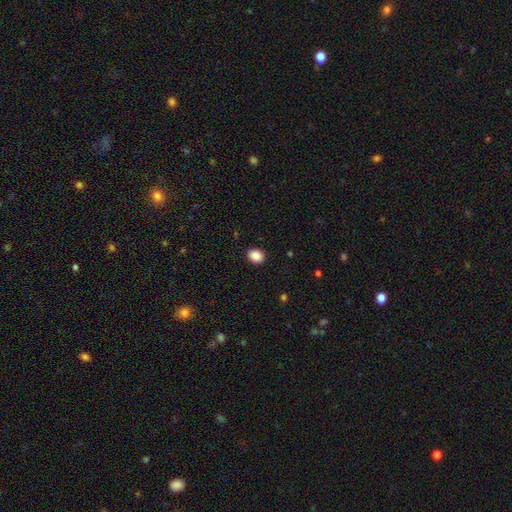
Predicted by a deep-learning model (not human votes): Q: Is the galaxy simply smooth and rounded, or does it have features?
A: smooth — 88%.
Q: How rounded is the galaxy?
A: round — 53%.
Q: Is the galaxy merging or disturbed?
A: none — 90%.